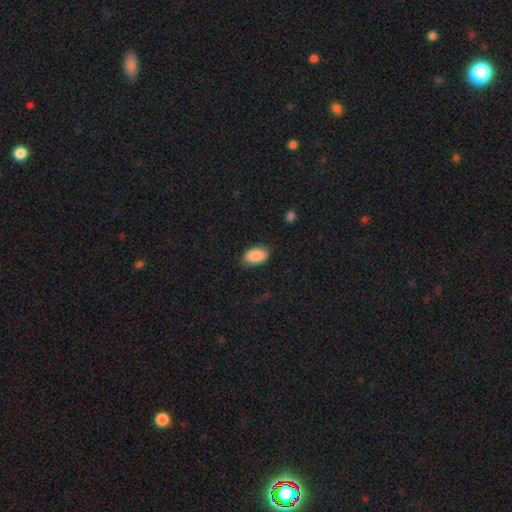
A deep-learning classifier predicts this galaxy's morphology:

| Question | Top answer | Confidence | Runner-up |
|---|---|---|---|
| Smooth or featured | smooth | 89% | star or artifact (6%) |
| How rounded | in between | 93% | round (6%) |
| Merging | none | 80% | minor disturbance (15%) |